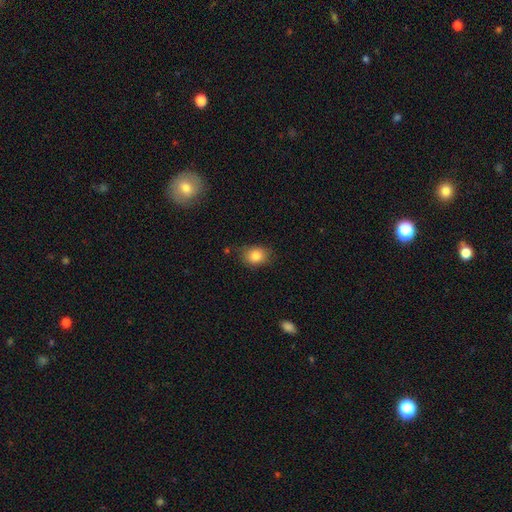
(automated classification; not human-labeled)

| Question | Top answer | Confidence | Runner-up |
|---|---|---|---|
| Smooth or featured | smooth | 84% | star or artifact (9%) |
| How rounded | in between | 51% | round (48%) |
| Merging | none | 76% | minor disturbance (19%) |